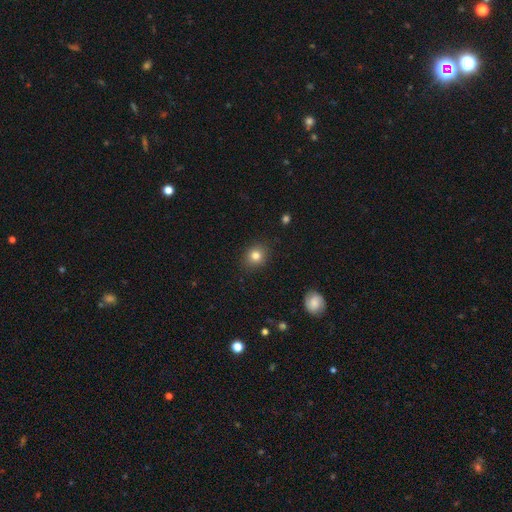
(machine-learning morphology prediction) Q: Smooth or featured?
A: smooth (81%); runner-up: star or artifact (12%)
Q: How rounded?
A: round (77%); runner-up: in between (22%)
Q: Merging?
A: none (89%); runner-up: minor disturbance (8%)